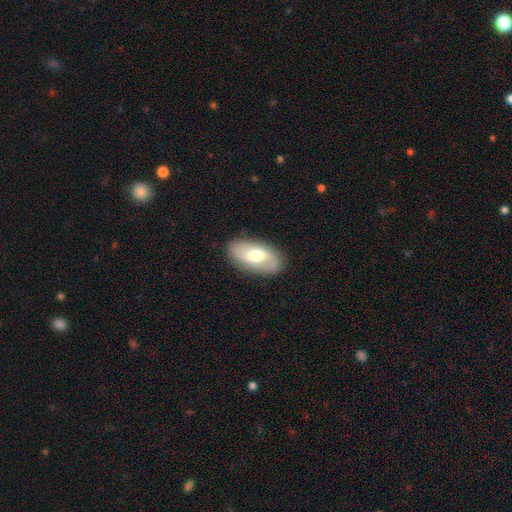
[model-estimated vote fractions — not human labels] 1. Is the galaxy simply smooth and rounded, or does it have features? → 47% featured or disk, 46% smooth, 6% star or artifact.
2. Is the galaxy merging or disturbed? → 84% none, 11% minor disturbance, 4% major disturbance, 1% merger.